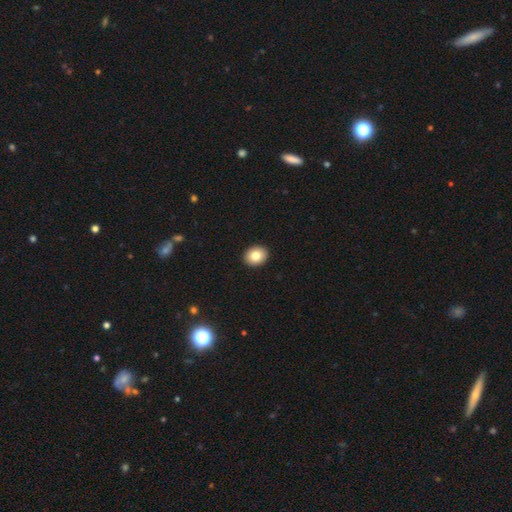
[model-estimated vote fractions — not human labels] This appears to be a smooth galaxy with no disk features (82%) that is round (60%). Merging: none (93%).